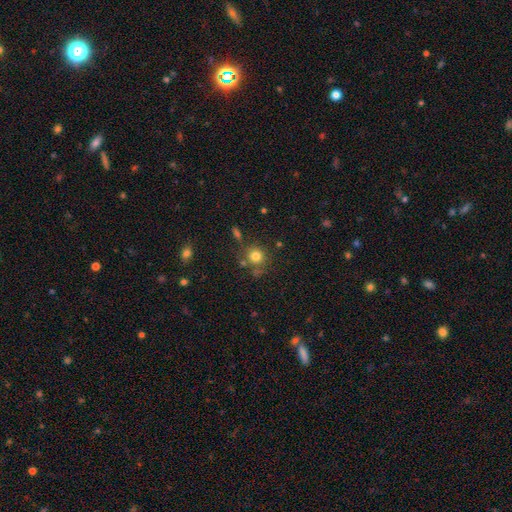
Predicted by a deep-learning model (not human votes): This is likely a smooth galaxy (79%). How rounded: clearly round (90%). Merging: likely none (73%).